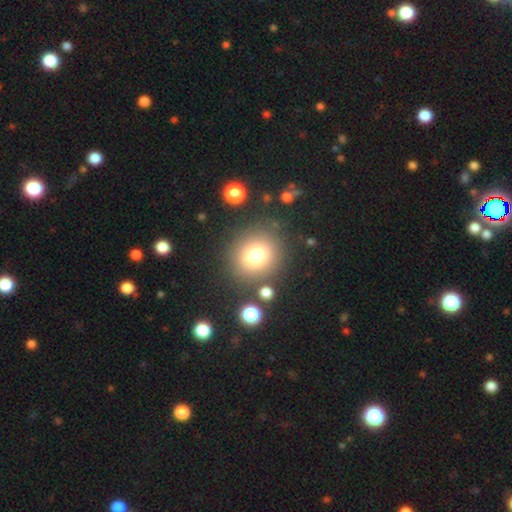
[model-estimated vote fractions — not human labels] Smooth or featured? Predicted: smooth (p=0.76). How rounded? Predicted: round (p=0.85). Merging? Predicted: none (p=0.81).